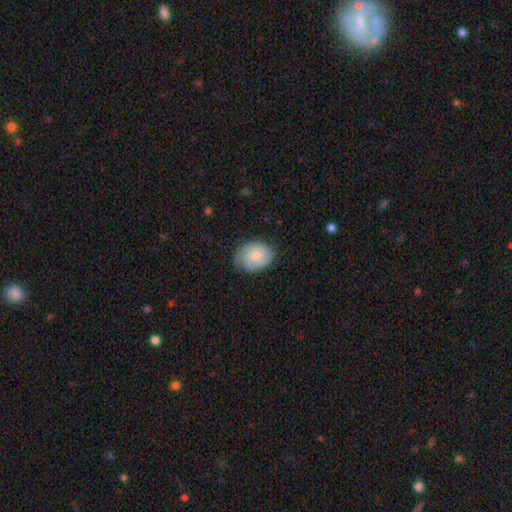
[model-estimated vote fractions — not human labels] Overall: smooth (72%). How rounded: in between (63%; round 36%). Merging: none (70%).